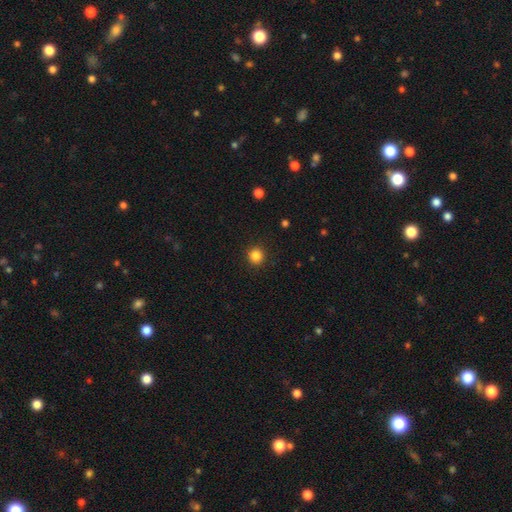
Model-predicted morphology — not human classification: smooth 85%, star or artifact 12%, featured or disk 4%. Down the decision tree: how rounded — round (93%); merging — none (91%).